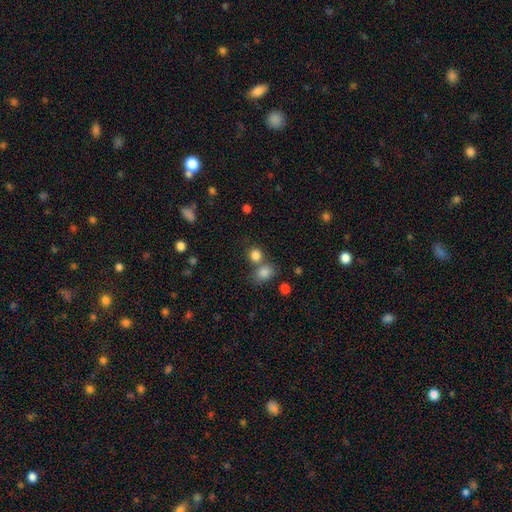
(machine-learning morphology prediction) Smooth or featured: smooth — 83% (star or artifact — 12%)
How rounded: round — 75% (in between — 24%)
Merging: none — 56% (merger — 31%)